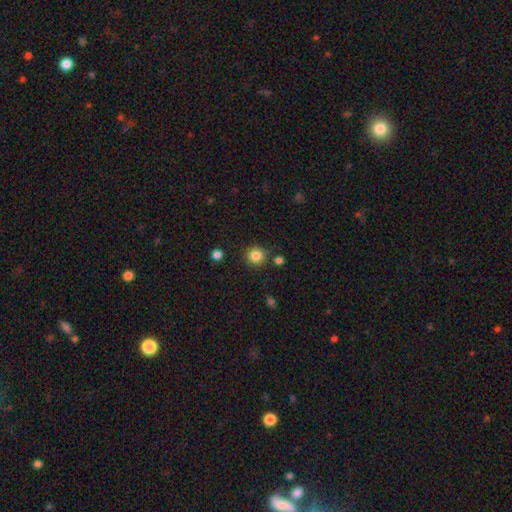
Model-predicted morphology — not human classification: Smooth or featured? Predicted: smooth (p=0.84). How rounded? Predicted: round (p=0.92). Merging? Predicted: none (p=0.82).